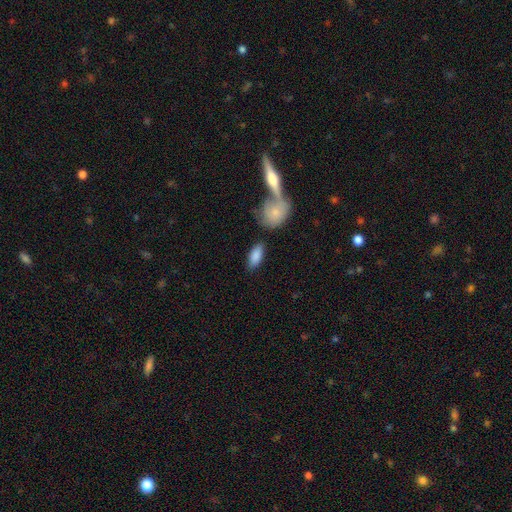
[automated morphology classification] Smooth or featured? smooth (86%)
How rounded? in between (88%)
Merging? none (75%)